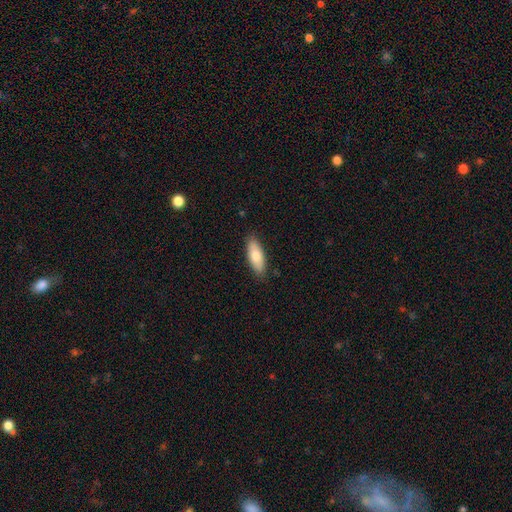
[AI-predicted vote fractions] Q: Smooth or featured?
A: smooth (78%); runner-up: featured or disk (16%)
Q: How rounded?
A: in between (70%); runner-up: cigar-shaped (28%)
Q: Merging?
A: none (86%); runner-up: minor disturbance (11%)